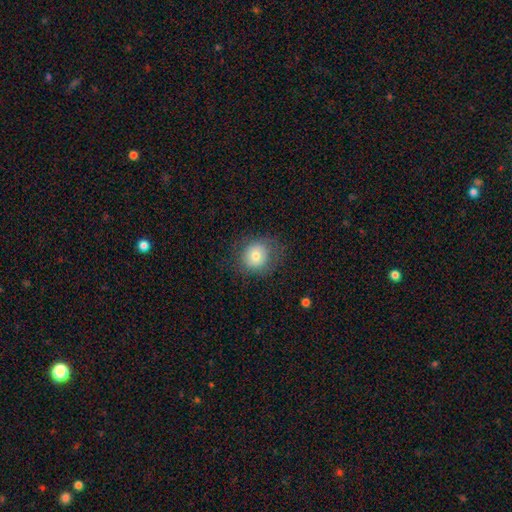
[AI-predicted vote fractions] Smooth or featured?
  - smooth: 73% *
  - featured or disk: 17%
  - star or artifact: 10%
How rounded?
  - round: 79% *
  - in between: 20%
  - cigar-shaped: 1%
Merging?
  - none: 76% *
  - minor disturbance: 15%
  - major disturbance: 8%
  - merger: 1%